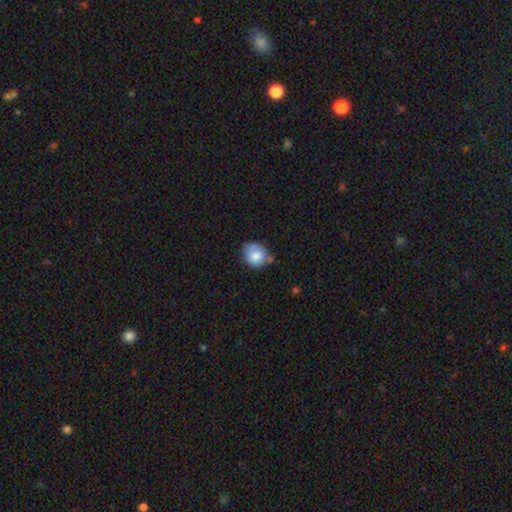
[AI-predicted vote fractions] smooth_or_featured: smooth (p=0.78) [alt: featured or disk p=0.14]
how_rounded: round (p=0.76) [alt: in between p=0.23]
merging: none (p=0.53) [alt: minor disturbance p=0.29]